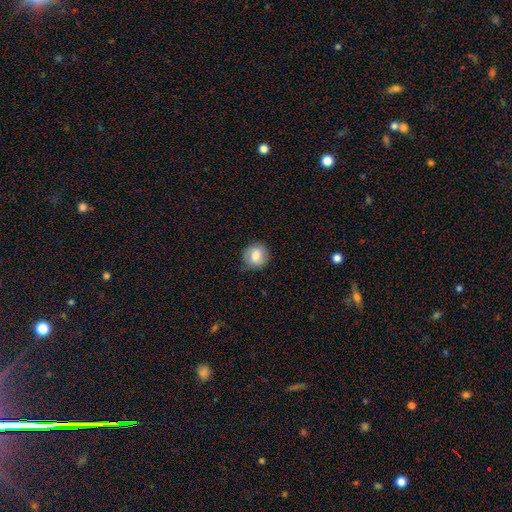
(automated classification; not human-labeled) This appears to be a smooth galaxy with no disk features (77%) that is round (80%). Merging: none (76%).